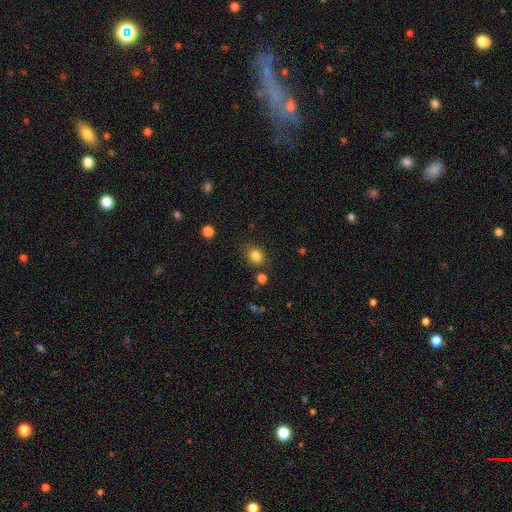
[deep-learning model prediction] Smooth or featured: smooth — 83% (star or artifact — 11%)
How rounded: round — 61% (in between — 39%)
Merging: none — 81% (minor disturbance — 11%)